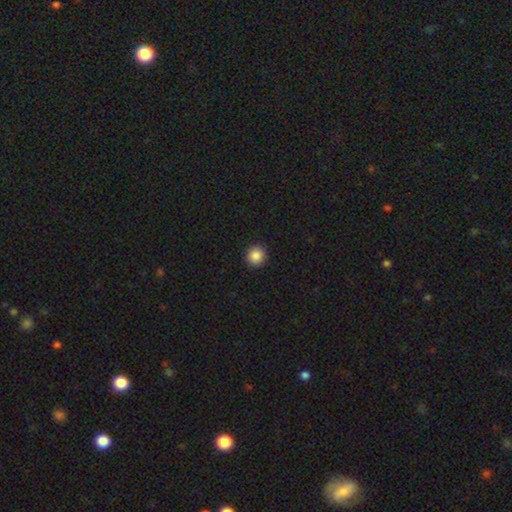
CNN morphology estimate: Q: Smooth or featured?
A: smooth (88%); runner-up: star or artifact (9%)
Q: How rounded?
A: round (90%); runner-up: in between (9%)
Q: Merging?
A: none (92%); runner-up: minor disturbance (5%)